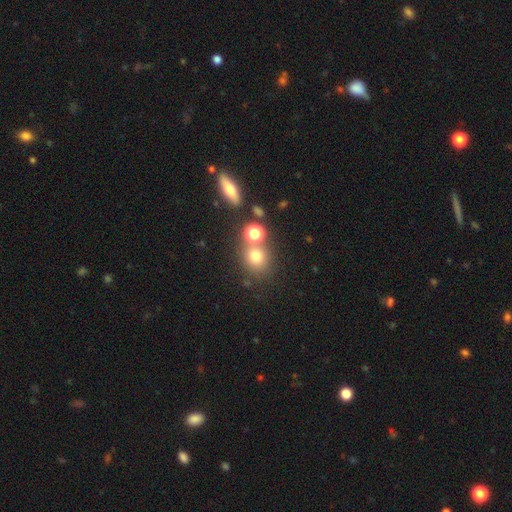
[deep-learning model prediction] The model was most divided on "merging": none: 64%, merger: 21%, minor disturbance: 10%, major disturbance: 5%. More confident: how rounded — round (81%); smooth or featured — smooth (72%).